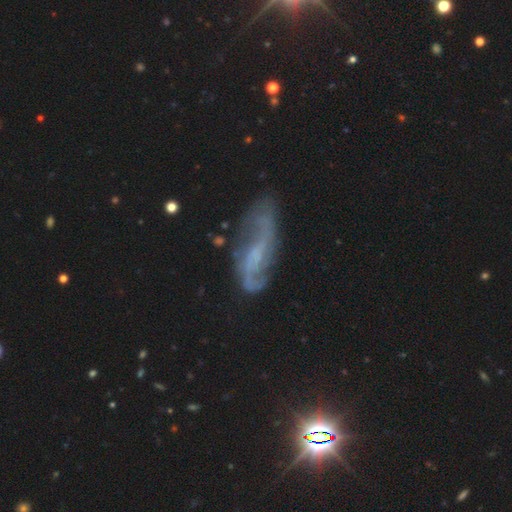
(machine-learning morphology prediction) featured or disk 74%, smooth 15%, star or artifact 11%. Down the decision tree: edge-on disk — no (88%); bar — weak (45%); spiral arms — yes (87%); spiral arm count — 2 (75%); spiral winding — loose (54%); bulge size — small (46%); merging — none (63%).